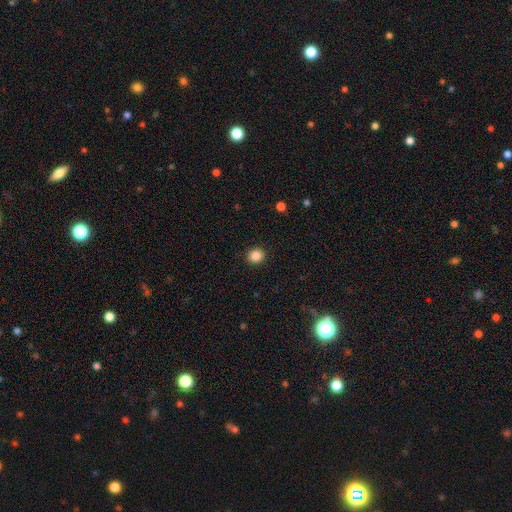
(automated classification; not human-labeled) The model was most divided on "how rounded": round: 79%, in between: 20%, cigar-shaped: 1%. More confident: merging — none (91%); smooth or featured — smooth (87%).